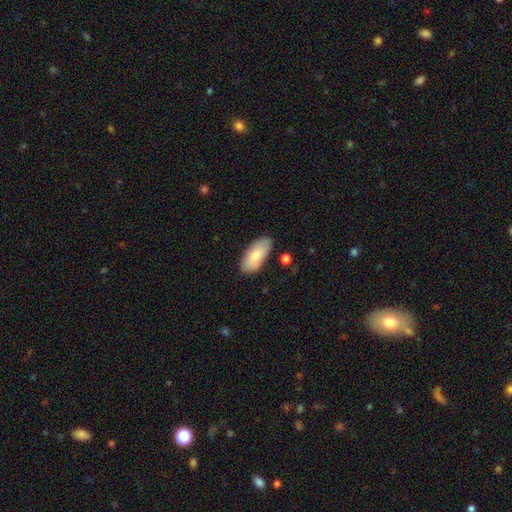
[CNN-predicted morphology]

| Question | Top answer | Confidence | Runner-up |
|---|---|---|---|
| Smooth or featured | smooth | 77% | featured or disk (17%) |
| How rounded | in between | 92% | cigar-shaped (6%) |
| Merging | none | 82% | minor disturbance (13%) |